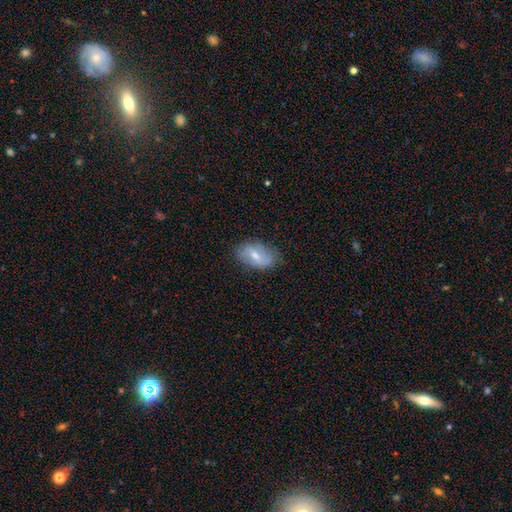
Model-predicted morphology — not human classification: A smooth galaxy with no disk features (56%) that is in between round and cigar-shaped (89%).

Vote fractions:
- Smooth or featured? smooth: 56% / featured or disk: 37% / star or artifact: 7%
- How rounded? in between: 89% / round: 9% / cigar-shaped: 2%
- Merging? none: 71% / minor disturbance: 22% / major disturbance: 6% / merger: 1%